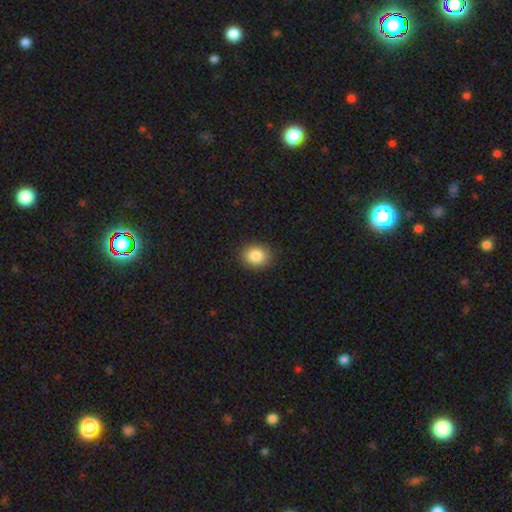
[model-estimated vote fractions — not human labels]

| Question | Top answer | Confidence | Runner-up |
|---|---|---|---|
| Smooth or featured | smooth | 86% | star or artifact (9%) |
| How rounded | round | 65% | in between (34%) |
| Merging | none | 90% | minor disturbance (7%) |